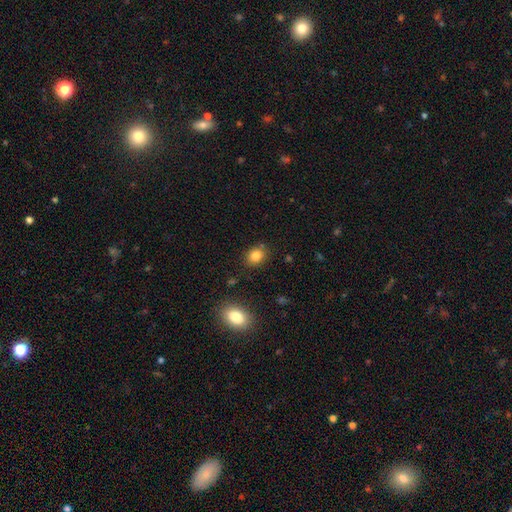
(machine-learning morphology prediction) smooth-or-featured: smooth: 83% | star or artifact: 11% | featured or disk: 6%
  how-rounded: in between: 52% | round: 47% | cigar-shaped: 1%
  merging: none: 83% | minor disturbance: 11% | major disturbance: 3% | merger: 3%